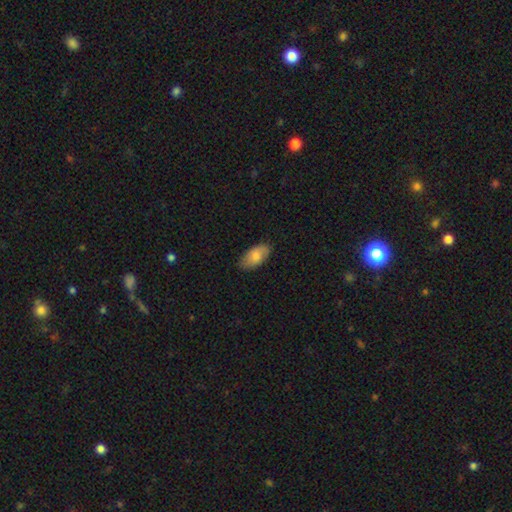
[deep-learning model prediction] Smooth or featured?
  - smooth: 76% *
  - featured or disk: 18%
  - star or artifact: 6%
How rounded?
  - in between: 94% *
  - cigar-shaped: 3%
  - round: 3%
Merging?
  - none: 82% *
  - minor disturbance: 15%
  - major disturbance: 3%
  - merger: 1%